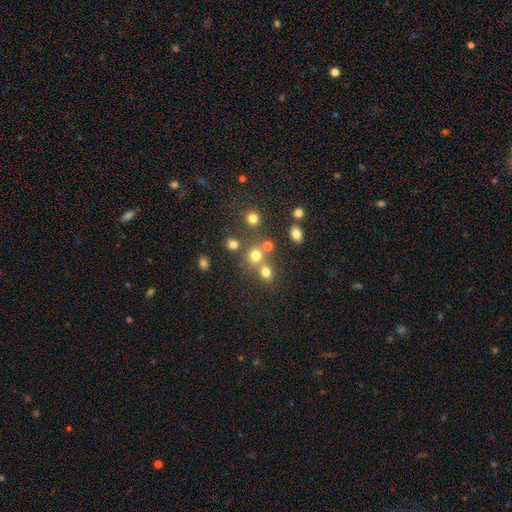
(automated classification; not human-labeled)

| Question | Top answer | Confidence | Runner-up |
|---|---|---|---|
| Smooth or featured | smooth | 71% | star or artifact (19%) |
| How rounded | round | 82% | in between (17%) |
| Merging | none | 58% | merger (29%) |